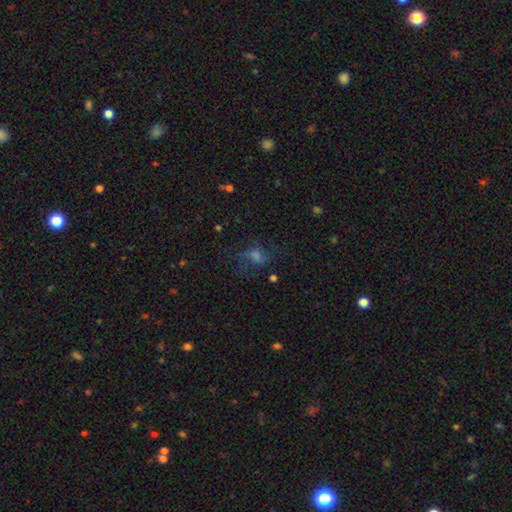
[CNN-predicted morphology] Smooth or featured?
  - featured or disk: 37% *
  - smooth: 33%
  - star or artifact: 30%
Merging?
  - none: 56% *
  - major disturbance: 24%
  - minor disturbance: 17%
  - merger: 3%